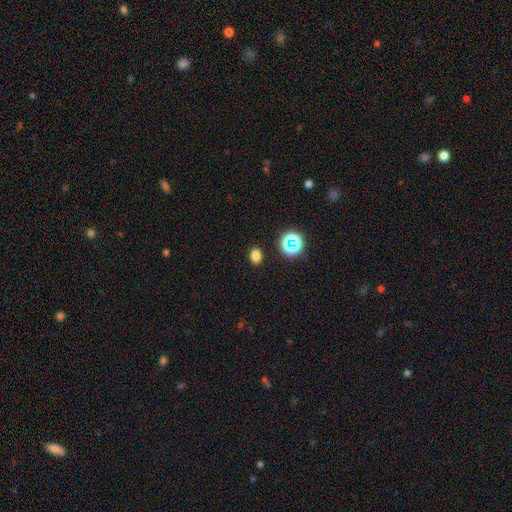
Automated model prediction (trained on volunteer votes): This is likely a smooth galaxy (77%). How rounded: likely in between (64%). Merging: clearly none (88%).